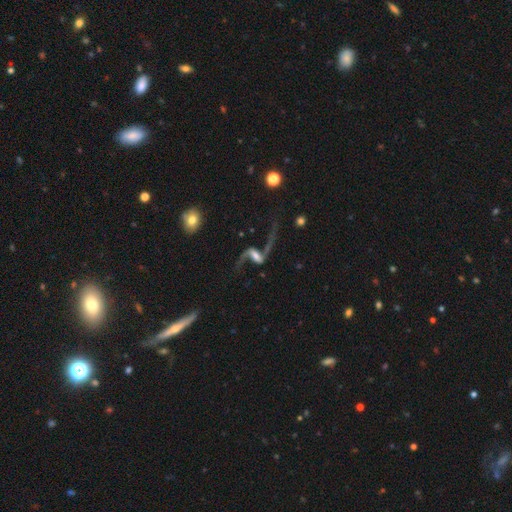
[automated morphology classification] Q: Smooth or featured?
A: featured or disk (87%); runner-up: star or artifact (6%)
Q: Edge-on disk?
A: no (93%); runner-up: yes (7%)
Q: Bar?
A: strong (42%); runner-up: weak (39%)
Q: Spiral arms?
A: yes (95%); runner-up: no (5%)
Q: Spiral winding?
A: loose (92%); runner-up: medium (6%)
Q: Spiral arm count?
A: 2 (93%); runner-up: 1 (3%)
Q: Bulge size?
A: moderate (36%); runner-up: small (29%)
Q: Merging?
A: none (59%); runner-up: major disturbance (22%)